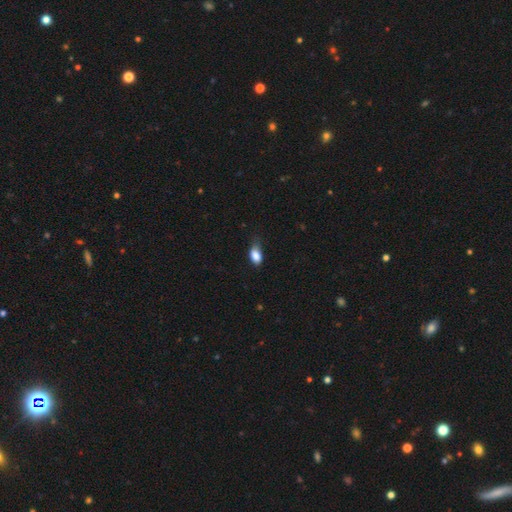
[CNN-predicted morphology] Overall: smooth (85%). How rounded: in between (88%). Merging: minor disturbance (42%; none 41%).